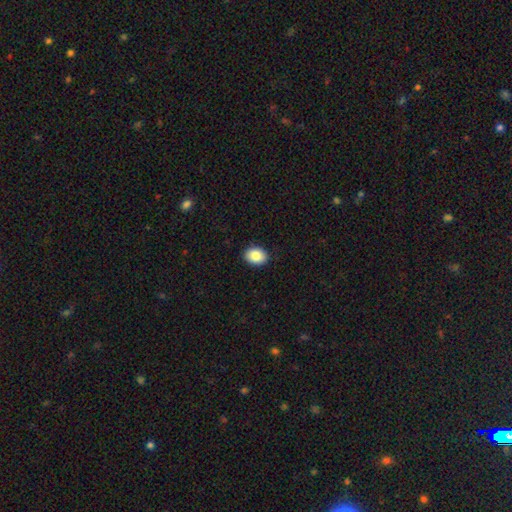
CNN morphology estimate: A smooth galaxy with no disk features (87%) that is in between round and cigar-shaped (66%).

Vote fractions:
- Smooth or featured? smooth: 87% / star or artifact: 8% / featured or disk: 5%
- How rounded? in between: 66% / round: 33% / cigar-shaped: 1%
- Merging? none: 91% / minor disturbance: 7% / major disturbance: 2% / merger: 1%